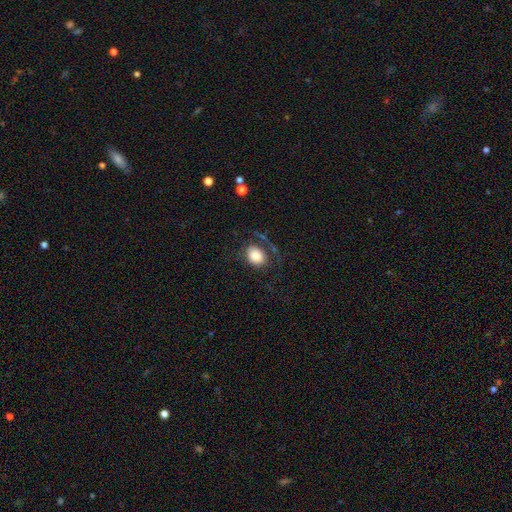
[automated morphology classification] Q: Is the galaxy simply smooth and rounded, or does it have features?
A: smooth — 78%.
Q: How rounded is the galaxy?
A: in between — 64%.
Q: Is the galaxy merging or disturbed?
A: none — 62%.